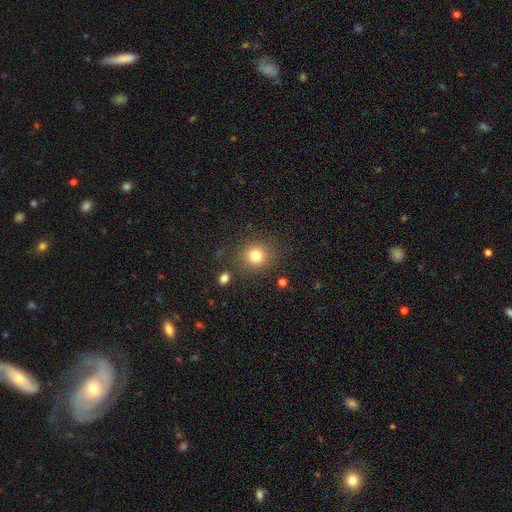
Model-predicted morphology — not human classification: smooth 80%, star or artifact 13%, featured or disk 7%. Down the decision tree: how rounded — round (88%); merging — none (84%).